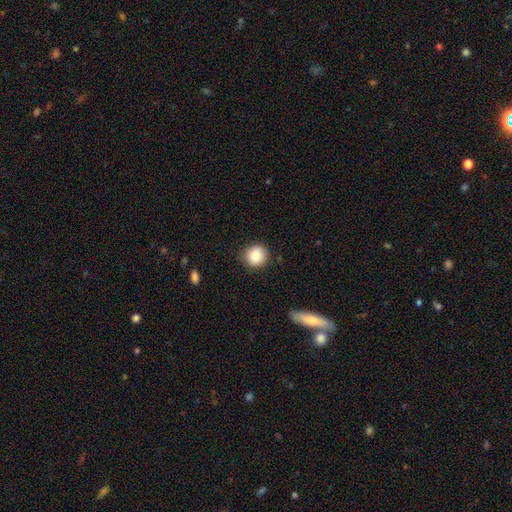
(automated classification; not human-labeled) A smooth galaxy with no disk features (87%) that is round (87%).

Vote fractions:
- Smooth or featured? smooth: 87% / star or artifact: 8% / featured or disk: 5%
- How rounded? round: 87% / in between: 12% / cigar-shaped: 1%
- Merging? none: 83% / minor disturbance: 13% / major disturbance: 3% / merger: 1%